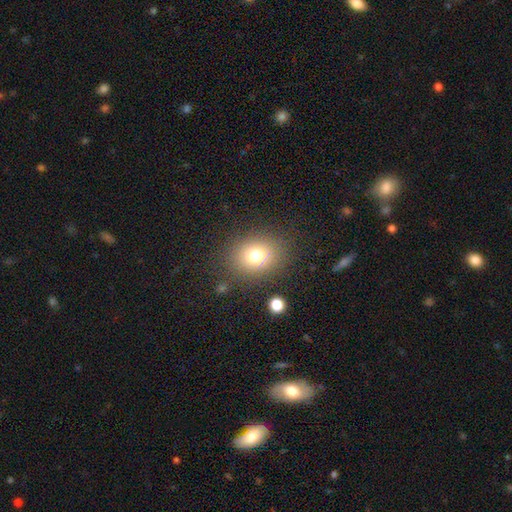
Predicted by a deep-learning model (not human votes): smooth-or-featured: smooth: 73% | star or artifact: 15% | featured or disk: 13%
  how-rounded: round: 58% | in between: 41% | cigar-shaped: 1%
  merging: none: 81% | minor disturbance: 11% | major disturbance: 5% | merger: 2%